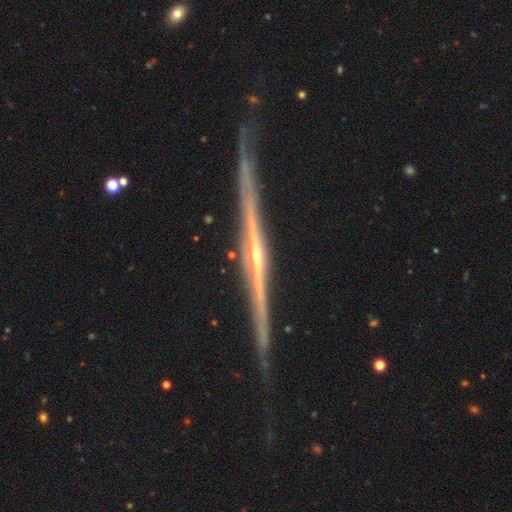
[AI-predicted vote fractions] The model was most divided on "edge-on bulge": rounded: 60%, none: 34%, boxy: 6%. More confident: edge-on disk — yes (98%); smooth or featured — featured or disk (88%); merging — none (82%).